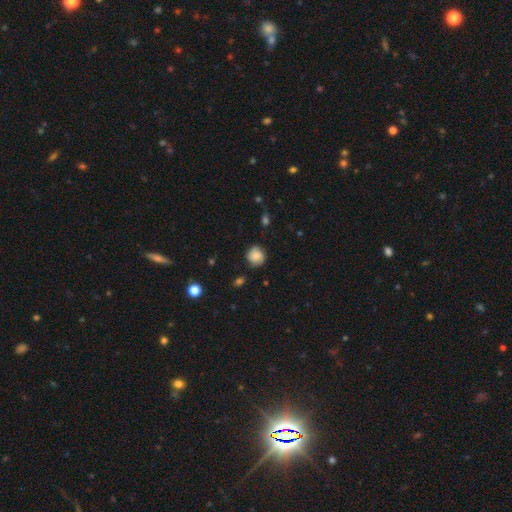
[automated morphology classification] Overall: smooth (68%). How rounded: round (85%). Merging: none (72%).